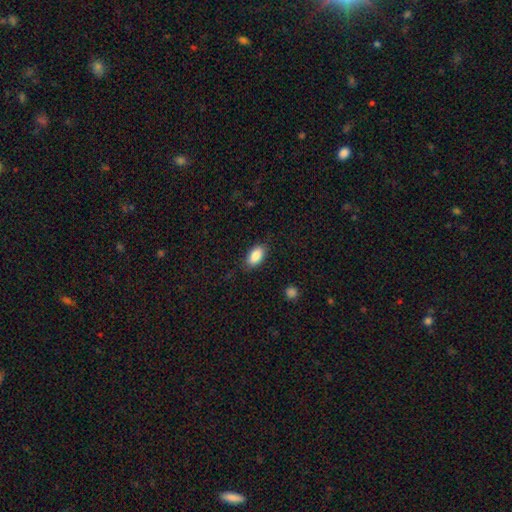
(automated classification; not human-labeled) Smooth or featured? smooth (88%)
How rounded? in between (92%)
Merging? none (85%)